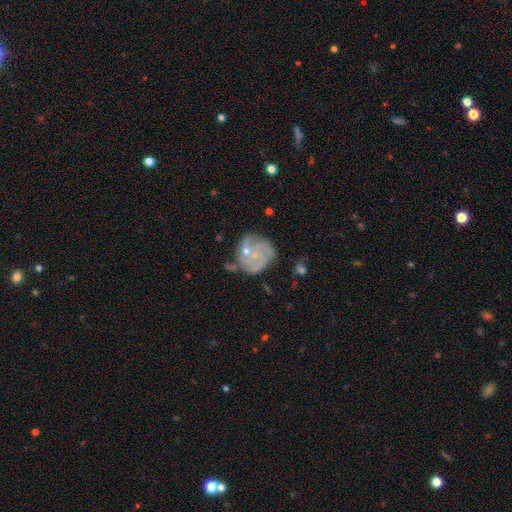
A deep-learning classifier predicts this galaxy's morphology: smooth-or-featured: featured or disk: 73% | smooth: 20% | star or artifact: 8%
  disk-edge-on: no: 98% | yes: 2%
    bar: no: 79% | weak: 18% | strong: 3%
    has-spiral-arms: yes: 84% | no: 16%
      spiral-winding: tight: 56% | medium: 33% | loose: 11%
      spiral-arm-count: 3: 32% | can't tell: 30% | 4: 14% | 2: 13% | 1: 6% | more than 4: 6%
    bulge-size: small: 69% | moderate: 24% | none: 5% | large: 1% | dominant: 1%
  merging: none: 56% | minor disturbance: 23% | major disturbance: 12% | merger: 9%